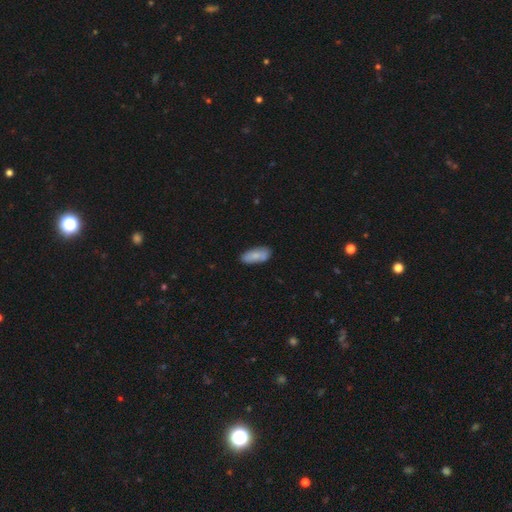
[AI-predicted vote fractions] Q: Smooth or featured?
A: smooth (79%); runner-up: featured or disk (15%)
Q: How rounded?
A: in between (83%); runner-up: cigar-shaped (15%)
Q: Merging?
A: none (75%); runner-up: minor disturbance (17%)